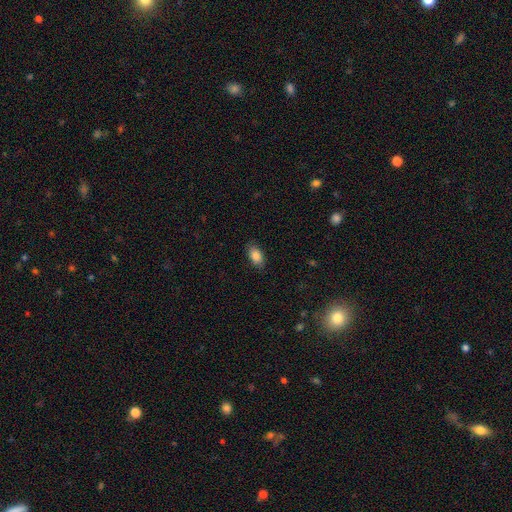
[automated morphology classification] Smooth or featured?
  - smooth: 87% *
  - star or artifact: 7%
  - featured or disk: 6%
How rounded?
  - in between: 92% *
  - round: 6%
  - cigar-shaped: 3%
Merging?
  - none: 86% *
  - minor disturbance: 11%
  - major disturbance: 3%
  - merger: 1%